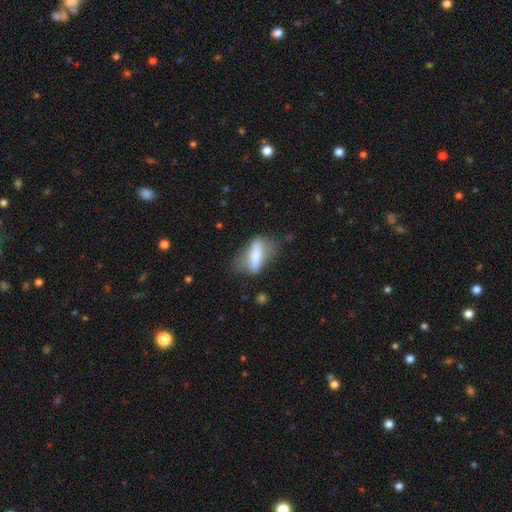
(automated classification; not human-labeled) This appears to be a smooth galaxy with no disk features (56%) that is in between round and cigar-shaped (67%). Merging: none (54%).